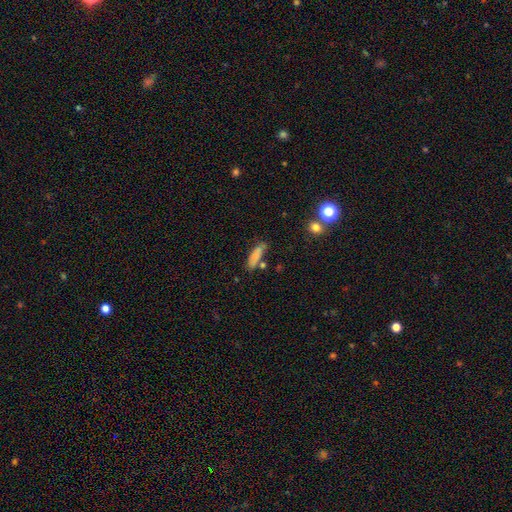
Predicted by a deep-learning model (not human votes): This appears to be a smooth galaxy with no disk features (81%) that is cigar-shaped (51%). Merging: none (63%).